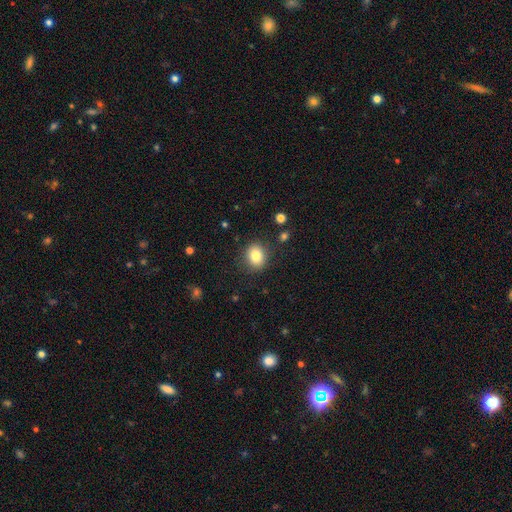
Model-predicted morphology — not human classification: The model was most divided on "how rounded": round: 64%, in between: 35%, cigar-shaped: 1%. More confident: merging — none (85%); smooth or featured — smooth (82%).